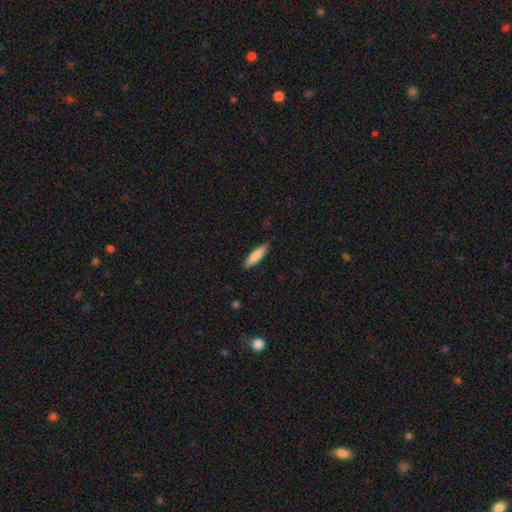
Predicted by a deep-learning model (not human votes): Smooth or featured? smooth (77%)
How rounded? cigar-shaped (75%)
Merging? none (85%)